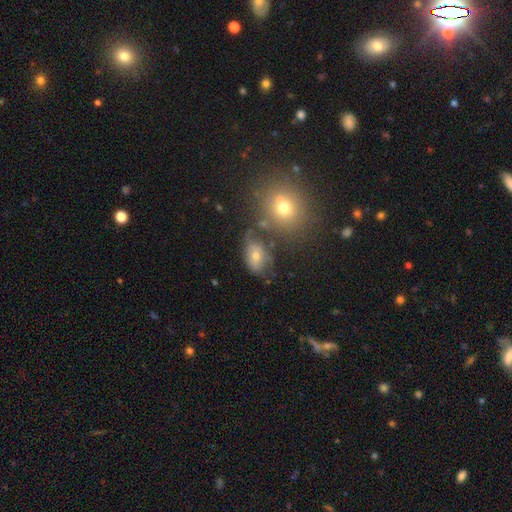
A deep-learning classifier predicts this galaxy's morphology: Smooth or featured?
  - smooth: 51% *
  - featured or disk: 29%
  - star or artifact: 20%
How rounded?
  - in between: 73% *
  - round: 25%
  - cigar-shaped: 2%
Merging?
  - none: 56% *
  - minor disturbance: 22%
  - merger: 11%
  - major disturbance: 11%